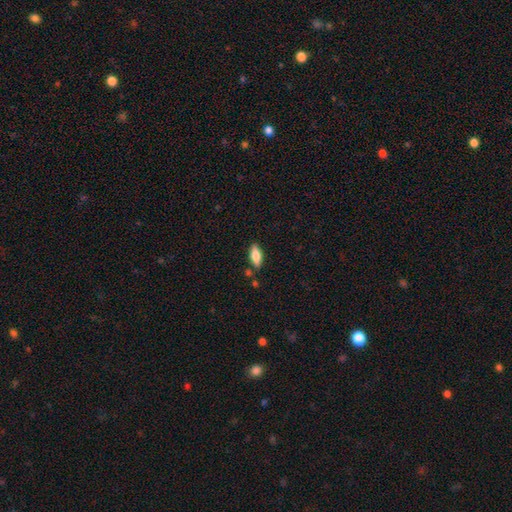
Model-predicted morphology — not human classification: Smooth or featured?
  - smooth: 78% *
  - featured or disk: 16%
  - star or artifact: 7%
How rounded?
  - in between: 75% *
  - cigar-shaped: 22%
  - round: 2%
Merging?
  - none: 81% *
  - minor disturbance: 12%
  - merger: 5%
  - major disturbance: 3%